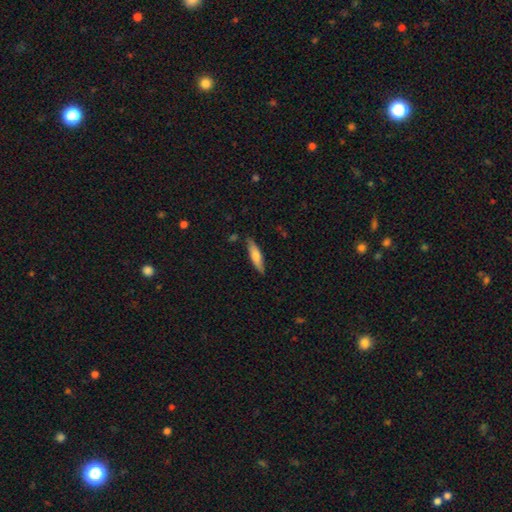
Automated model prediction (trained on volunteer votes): smooth 67%, featured or disk 27%, star or artifact 6%. Down the decision tree: how rounded — cigar-shaped (72%); merging — none (84%).